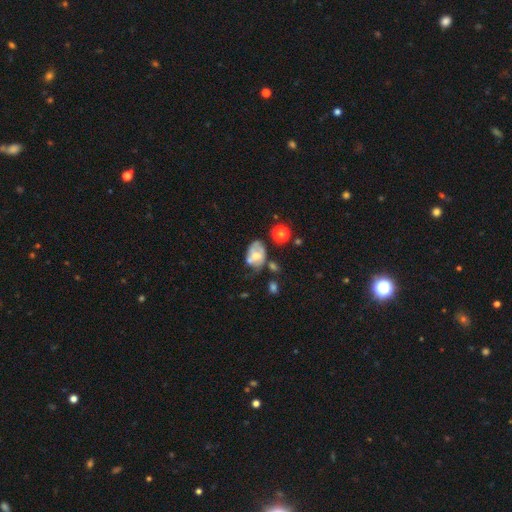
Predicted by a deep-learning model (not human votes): This is possibly a featured or disk galaxy (47%). Merging: marginally none (34%).